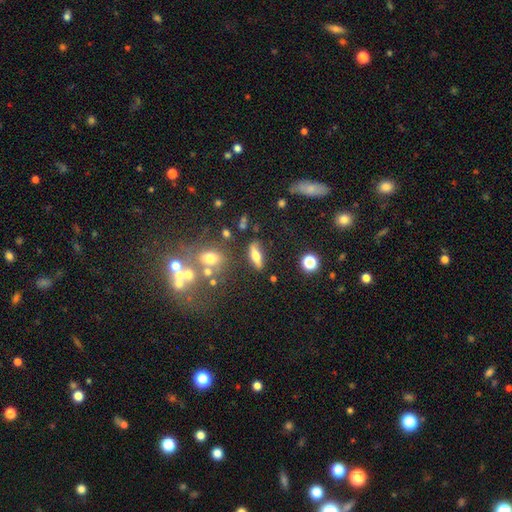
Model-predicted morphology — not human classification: Smooth or featured? smooth (53%)
How rounded? in between (50%)
Merging? none (77%)